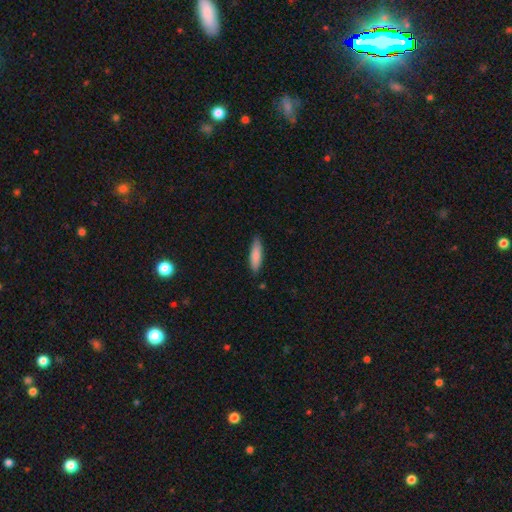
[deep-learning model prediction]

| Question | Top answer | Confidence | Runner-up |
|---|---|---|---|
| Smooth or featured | smooth | 85% | featured or disk (10%) |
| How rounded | cigar-shaped | 62% | in between (37%) |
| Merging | none | 83% | minor disturbance (13%) |